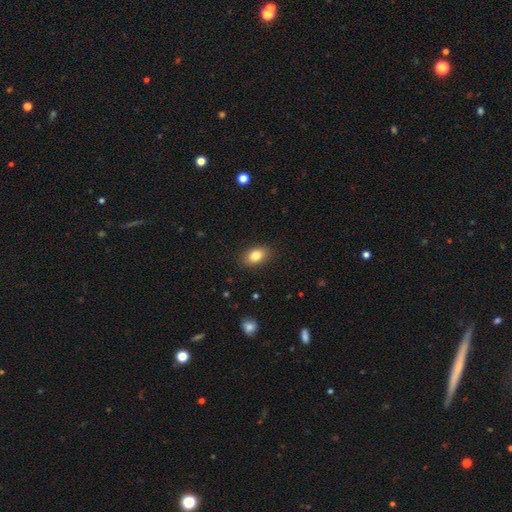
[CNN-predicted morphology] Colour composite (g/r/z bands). It shows a smooth galaxy with no disk features (84%) that is in between round and cigar-shaped (85%). Merging: none (87%).